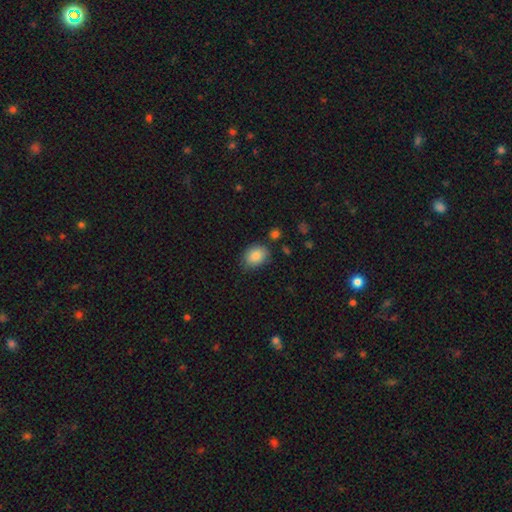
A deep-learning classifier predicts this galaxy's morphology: This is clearly a smooth galaxy (85%). How rounded: likely in between (66%). Merging: likely none (73%).